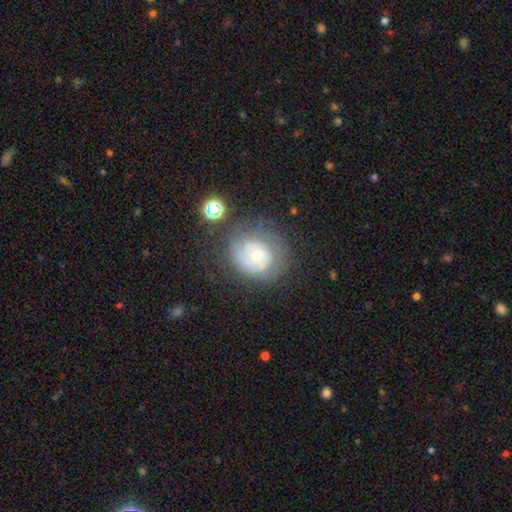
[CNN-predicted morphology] Smooth or featured? featured or disk (64%)
Edge-on disk? no (98%)
Bar? no (78%)
Spiral arms? yes (75%)
Bulge size? small (59%)
Merging? none (54%)